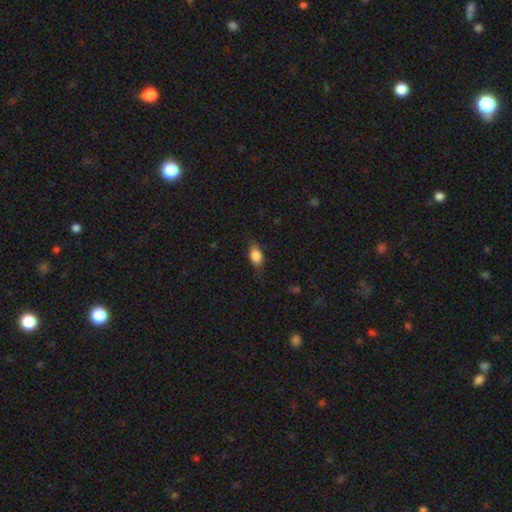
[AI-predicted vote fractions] Smooth or featured: smooth — 81% (featured or disk — 11%)
How rounded: in between — 83% (round — 10%)
Merging: none — 72% (minor disturbance — 21%)